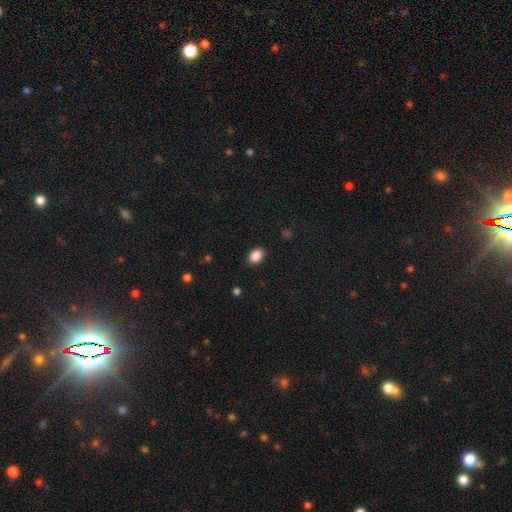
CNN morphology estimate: smooth_or_featured: smooth (p=0.88) [alt: star or artifact p=0.09]
how_rounded: in between (p=0.64) [alt: round p=0.35]
merging: none (p=0.88) [alt: minor disturbance p=0.09]